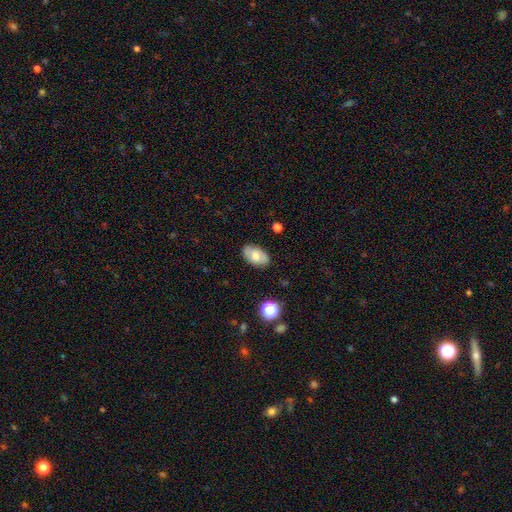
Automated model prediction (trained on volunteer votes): smooth_or_featured: smooth (p=0.68) [alt: featured or disk p=0.24]
how_rounded: in between (p=0.92) [alt: round p=0.07]
merging: none (p=0.83) [alt: minor disturbance p=0.13]